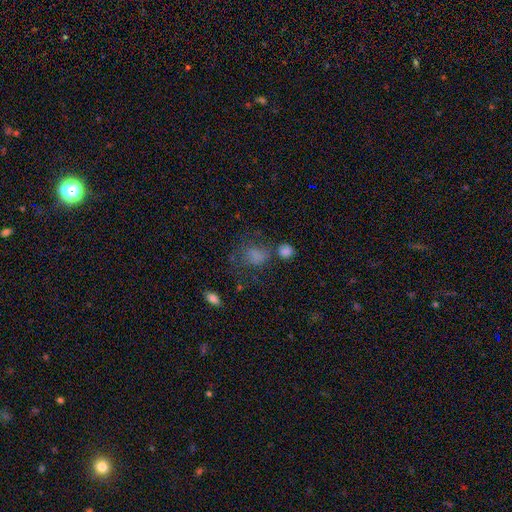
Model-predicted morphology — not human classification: smooth_or_featured: smooth (p=0.71) [alt: star or artifact p=0.17]
how_rounded: in between (p=0.50) [alt: round p=0.49]
merging: none (p=0.44) [alt: minor disturbance p=0.21]